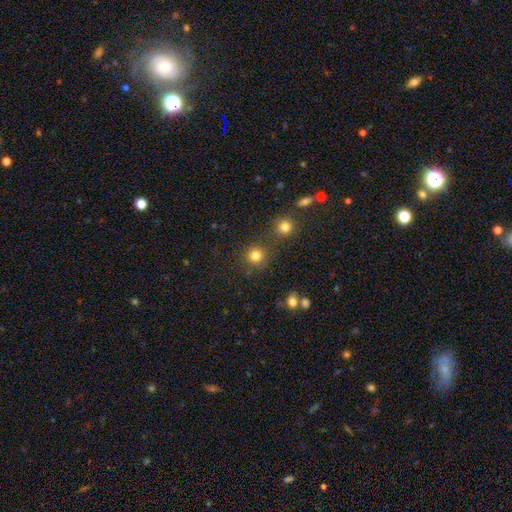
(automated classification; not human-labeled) smooth 81%, star or artifact 14%, featured or disk 5%. Down the decision tree: how rounded — round (93%); merging — none (80%).